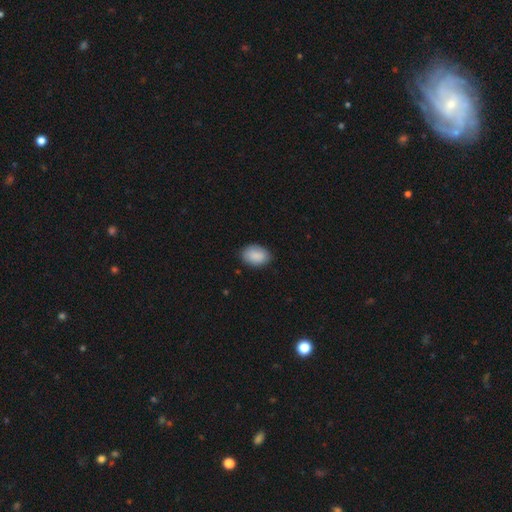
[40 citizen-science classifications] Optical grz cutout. It shows a smooth galaxy with no disk features (88%) that is in between round and cigar-shaped (89%). Merging: none (92%).